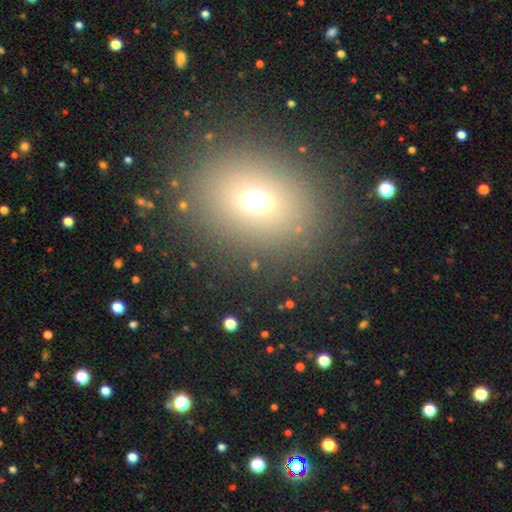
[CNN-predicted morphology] Smooth or featured? Predicted: smooth (p=0.59). How rounded? Predicted: in between (p=0.54). Merging? Predicted: none (p=0.86).